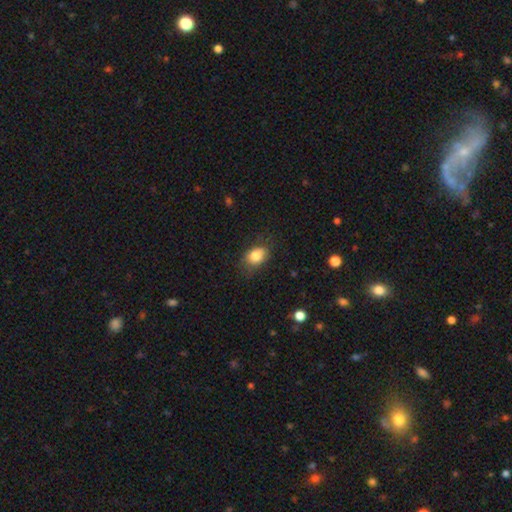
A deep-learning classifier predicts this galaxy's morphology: Q: Smooth or featured?
A: smooth (82%); runner-up: featured or disk (9%)
Q: How rounded?
A: in between (71%); runner-up: round (28%)
Q: Merging?
A: none (70%); runner-up: minor disturbance (22%)